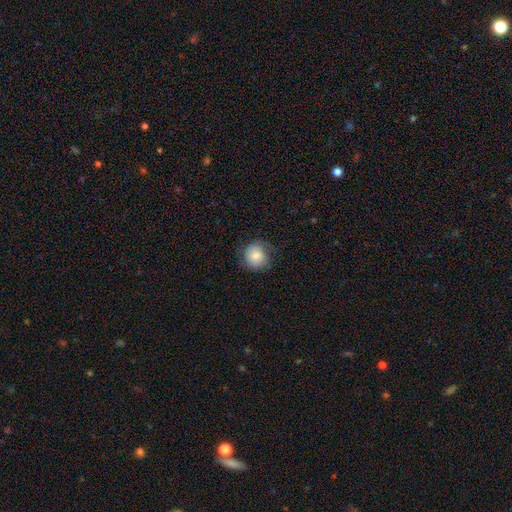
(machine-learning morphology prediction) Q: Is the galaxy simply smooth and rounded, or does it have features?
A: smooth — 75%.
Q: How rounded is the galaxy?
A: round — 86%.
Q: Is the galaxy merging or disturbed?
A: none — 71%.